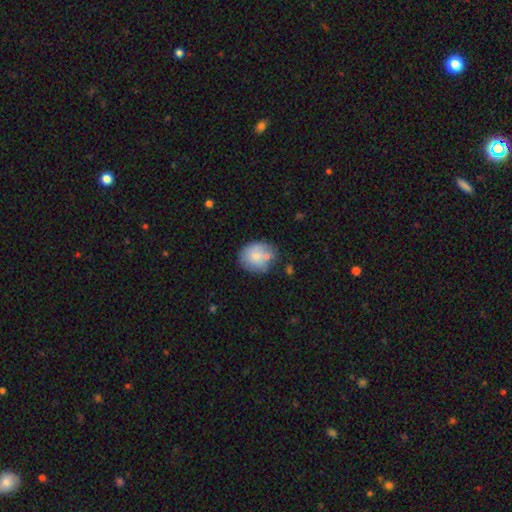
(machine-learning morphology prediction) Q: Smooth or featured?
A: smooth (75%); runner-up: featured or disk (18%)
Q: How rounded?
A: round (75%); runner-up: in between (24%)
Q: Merging?
A: none (61%); runner-up: minor disturbance (20%)